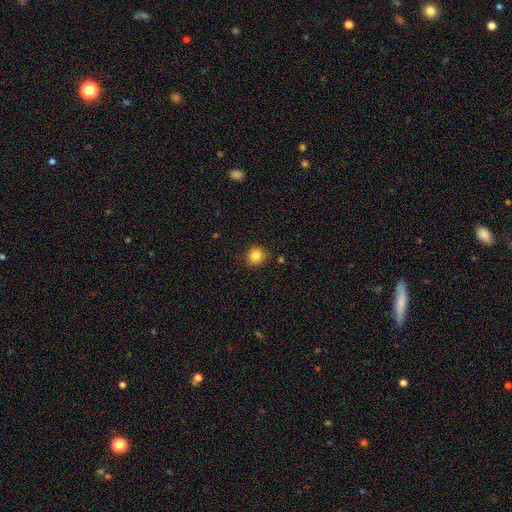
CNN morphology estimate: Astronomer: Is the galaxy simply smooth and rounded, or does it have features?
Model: smooth — 84%.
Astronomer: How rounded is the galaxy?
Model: round — 89%.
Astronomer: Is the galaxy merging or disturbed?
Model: none — 87%.